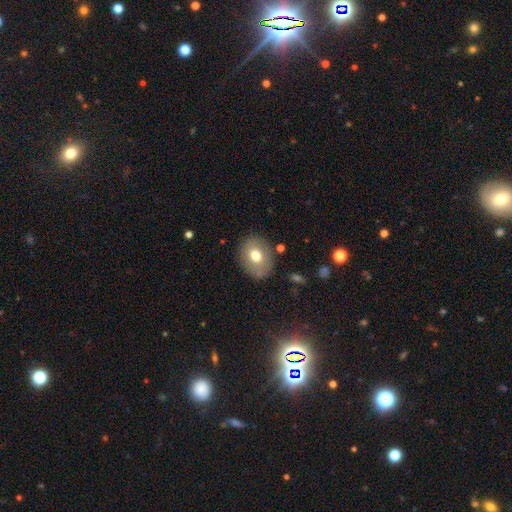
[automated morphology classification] The model was most divided on "how rounded": in between: 59%, round: 40%, cigar-shaped: 1%. More confident: merging — none (82%); smooth or featured — smooth (71%).